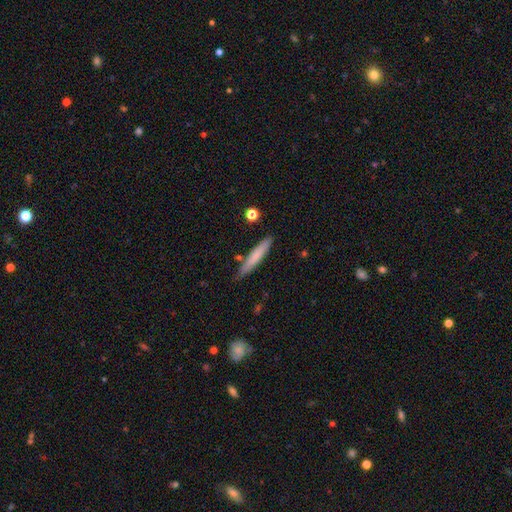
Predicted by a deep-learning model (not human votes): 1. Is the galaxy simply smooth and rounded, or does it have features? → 72% smooth, 22% featured or disk, 6% star or artifact.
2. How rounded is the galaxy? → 93% cigar-shaped, 6% in between, 1% round.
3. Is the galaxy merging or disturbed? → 81% none, 13% minor disturbance, 3% merger, 2% major disturbance.